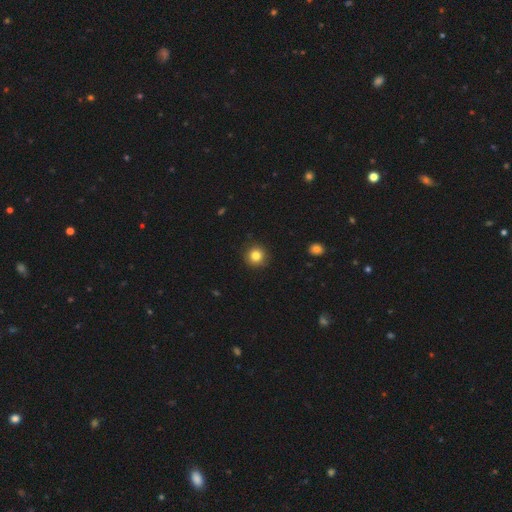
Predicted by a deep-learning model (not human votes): Smooth or featured: smooth — 83% (star or artifact — 11%)
How rounded: round — 94% (in between — 5%)
Merging: none — 90% (minor disturbance — 7%)